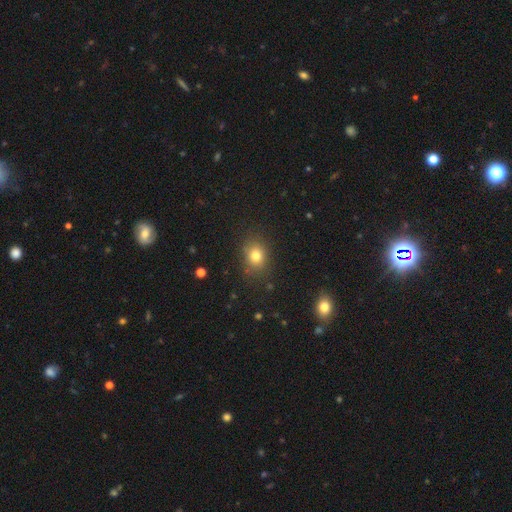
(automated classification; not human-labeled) Smooth or featured?
  - smooth: 78% *
  - star or artifact: 14%
  - featured or disk: 8%
How rounded?
  - round: 56% *
  - in between: 43%
  - cigar-shaped: 1%
Merging?
  - none: 83% *
  - minor disturbance: 11%
  - major disturbance: 4%
  - merger: 2%